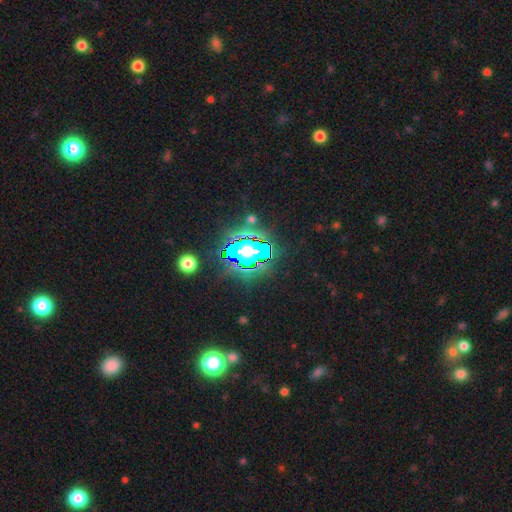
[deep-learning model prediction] This is clearly a star or artifact rather than a galaxy (81%).